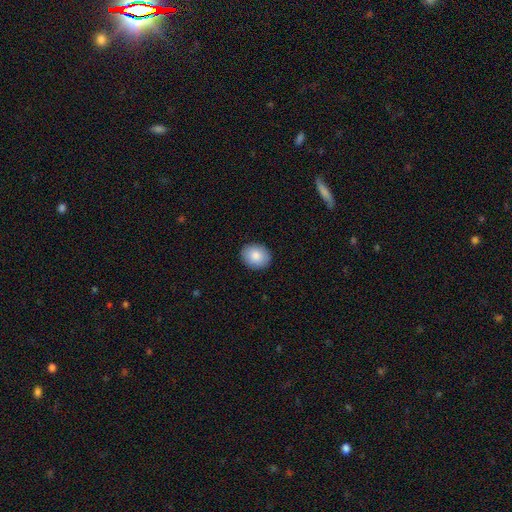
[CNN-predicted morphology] A smooth galaxy with no disk features (86%) that is round (54%).

Vote fractions:
- Smooth or featured? smooth: 86% / featured or disk: 7% / star or artifact: 7%
- How rounded? round: 54% / in between: 45% / cigar-shaped: 1%
- Merging? none: 91% / minor disturbance: 7% / major disturbance: 2% / merger: 1%